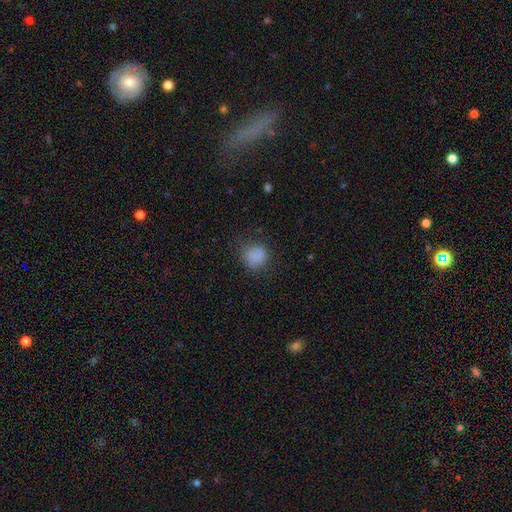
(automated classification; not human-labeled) Q: Smooth or featured?
A: smooth (85%); runner-up: star or artifact (11%)
Q: How rounded?
A: round (81%); runner-up: in between (18%)
Q: Merging?
A: none (75%); runner-up: minor disturbance (17%)